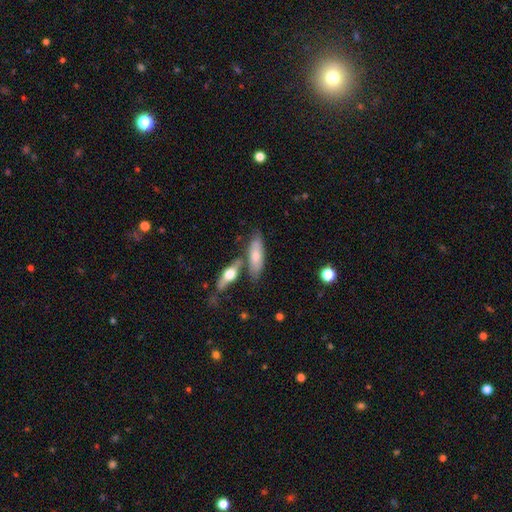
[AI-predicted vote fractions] Q: Smooth or featured?
A: smooth (63%); runner-up: featured or disk (31%)
Q: How rounded?
A: in between (55%); runner-up: cigar-shaped (42%)
Q: Merging?
A: none (59%); runner-up: merger (25%)